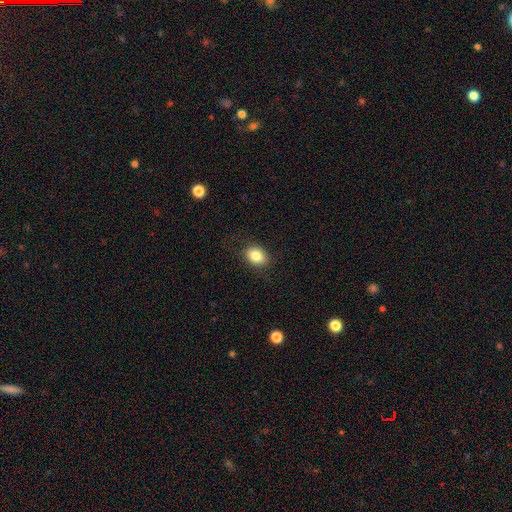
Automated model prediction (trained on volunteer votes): Smooth or featured?
  - smooth: 84% *
  - star or artifact: 9%
  - featured or disk: 8%
How rounded?
  - in between: 70% *
  - round: 29%
  - cigar-shaped: 1%
Merging?
  - none: 83% *
  - minor disturbance: 12%
  - major disturbance: 4%
  - merger: 1%